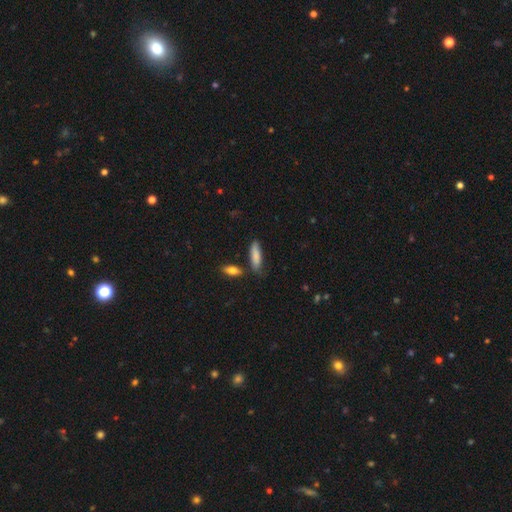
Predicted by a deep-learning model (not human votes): Overall: smooth (83%). How rounded: cigar-shaped (60%; in between 38%). Merging: none (70%).